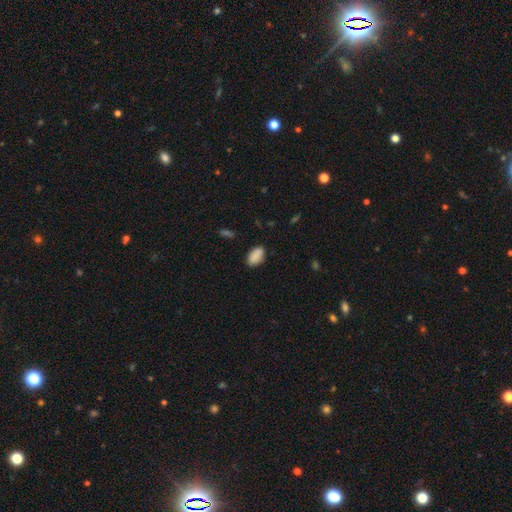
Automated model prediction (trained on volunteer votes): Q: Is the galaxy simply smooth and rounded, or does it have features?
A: smooth — 88%.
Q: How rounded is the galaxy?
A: in between — 92%.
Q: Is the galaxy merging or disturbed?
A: none — 82%.